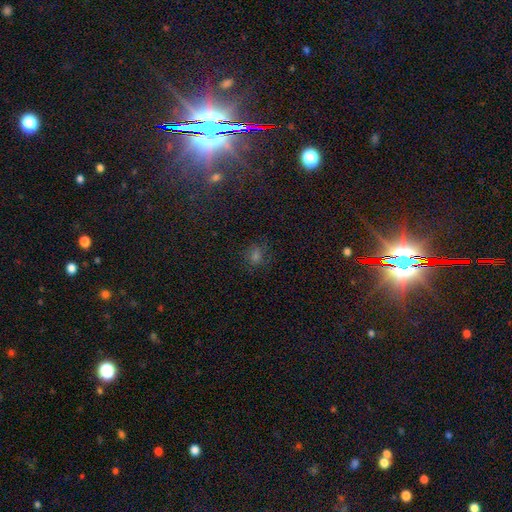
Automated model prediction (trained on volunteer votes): A smooth galaxy with no disk features (46%). Merging: none (78%).